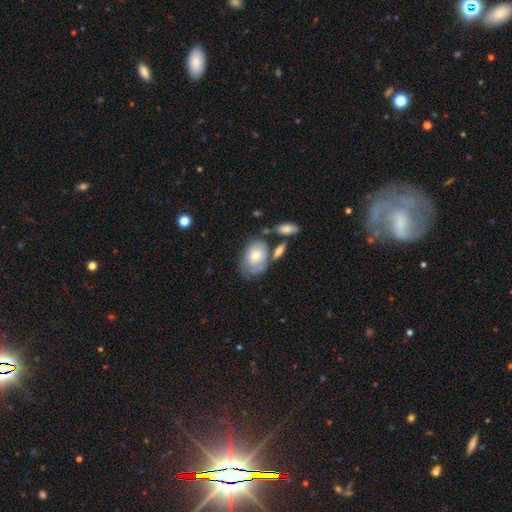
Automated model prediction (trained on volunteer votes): Smooth or featured? smooth (65%)
How rounded? in between (79%)
Merging? none (46%)